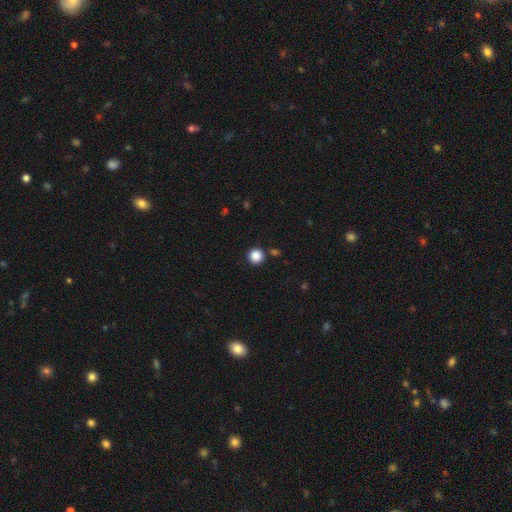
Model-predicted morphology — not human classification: Smooth or featured? smooth (87%)
How rounded? round (95%)
Merging? none (90%)